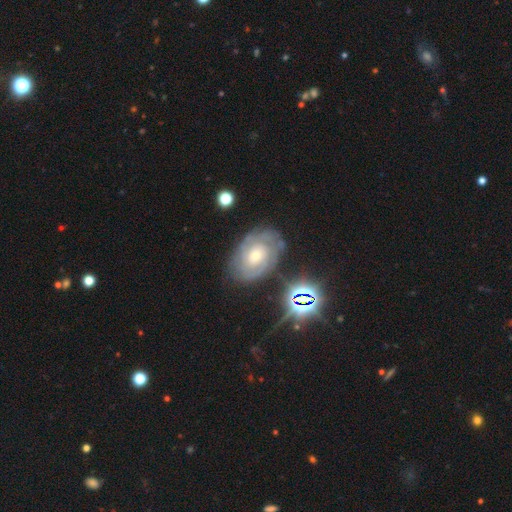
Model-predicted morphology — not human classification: type=featured or disk (74%); edge-on=no (96%); bar=no (71%); spiral arms=yes (89%); winding=tight (72%); arm count=can't tell (45%); bulge=moderate (50%); merging=none (74%).